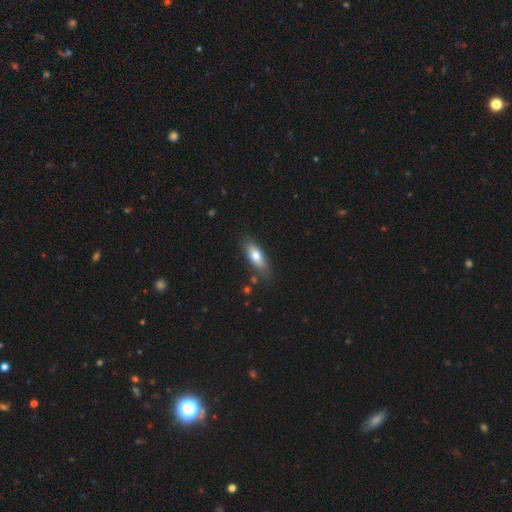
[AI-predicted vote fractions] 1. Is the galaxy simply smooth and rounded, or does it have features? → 74% smooth, 19% featured or disk, 7% star or artifact.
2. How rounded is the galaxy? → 70% in between, 27% cigar-shaped, 3% round.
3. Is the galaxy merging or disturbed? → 76% none, 17% minor disturbance, 4% major disturbance, 3% merger.